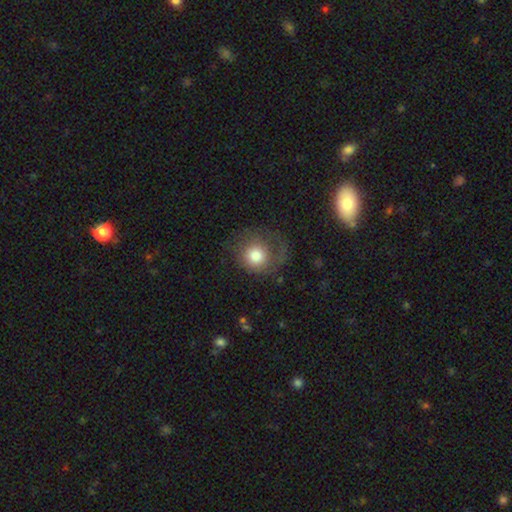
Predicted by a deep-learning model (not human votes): smooth-or-featured: smooth: 67% | featured or disk: 24% | star or artifact: 9%
  how-rounded: round: 85% | in between: 14% | cigar-shaped: 1%
  merging: none: 50% | major disturbance: 28% | minor disturbance: 20% | merger: 2%